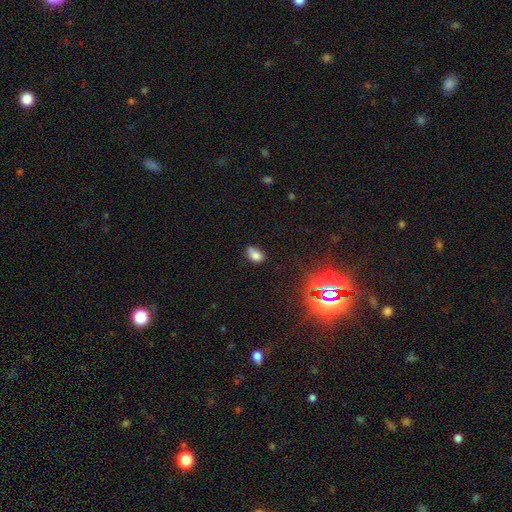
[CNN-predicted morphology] Smooth or featured? smooth (77%)
How rounded? in between (83%)
Merging? none (52%)